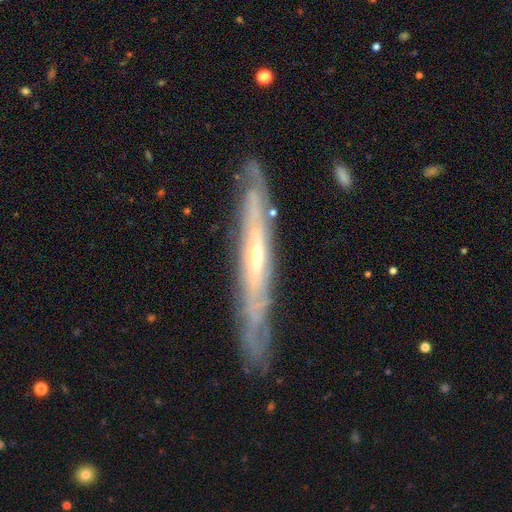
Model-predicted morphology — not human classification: A featured or disk galaxy (81%) viewed edge-on (70%) with a rounded central bulge (56%).

Vote fractions:
- Smooth or featured? featured or disk: 81% / smooth: 13% / star or artifact: 6%
- Edge-on disk? yes: 70% / no: 30%
- Edge-on bulge? rounded: 56% / none: 41% / boxy: 3%
- Merging? none: 80% / minor disturbance: 15% / major disturbance: 3% / merger: 2%